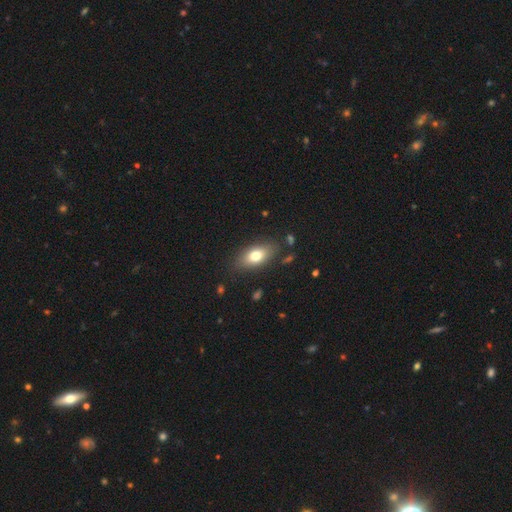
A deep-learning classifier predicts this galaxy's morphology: A smooth galaxy with no disk features (73%) that is in between round and cigar-shaped (84%).

Vote fractions:
- Smooth or featured? smooth: 73% / featured or disk: 19% / star or artifact: 8%
- How rounded? in between: 84% / cigar-shaped: 9% / round: 7%
- Merging? none: 82% / minor disturbance: 12% / major disturbance: 4% / merger: 2%